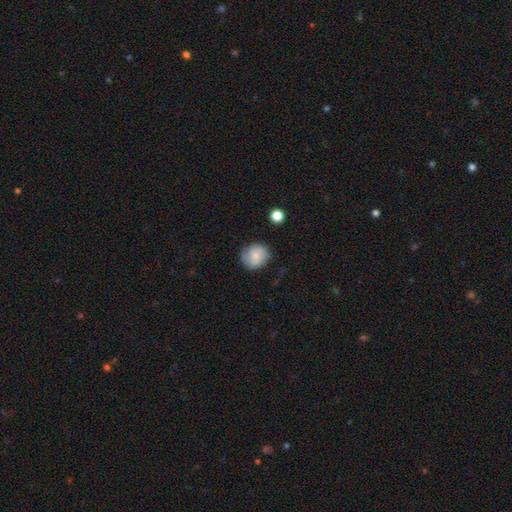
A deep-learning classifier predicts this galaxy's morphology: Q: Smooth or featured?
A: smooth (69%); runner-up: featured or disk (23%)
Q: How rounded?
A: round (82%); runner-up: in between (17%)
Q: Merging?
A: none (78%); runner-up: minor disturbance (16%)